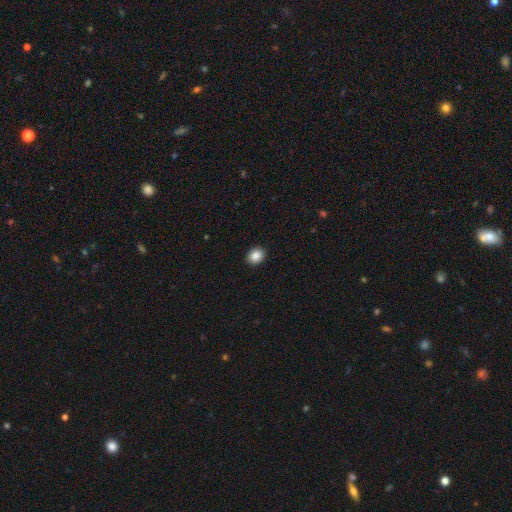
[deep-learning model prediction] smooth-or-featured: smooth: 86% | star or artifact: 9% | featured or disk: 5%
  how-rounded: round: 50% | in between: 49% | cigar-shaped: 1%
  merging: none: 92% | minor disturbance: 5% | major disturbance: 2% | merger: 1%